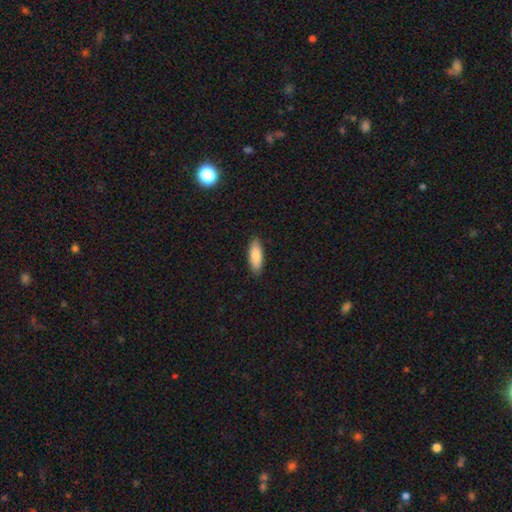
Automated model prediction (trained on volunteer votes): The model was most divided on "how rounded": in between: 63%, cigar-shaped: 35%, round: 2%. More confident: merging — none (89%); smooth or featured — smooth (85%).